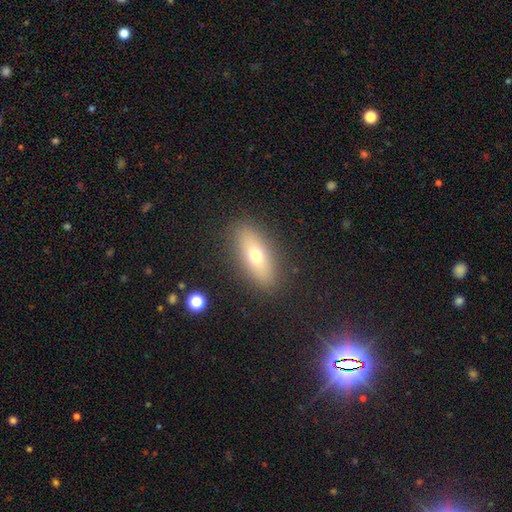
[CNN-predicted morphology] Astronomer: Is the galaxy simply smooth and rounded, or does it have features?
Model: smooth — 63%.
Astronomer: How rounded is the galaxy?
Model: in between — 72%.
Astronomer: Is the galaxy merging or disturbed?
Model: none — 87%.